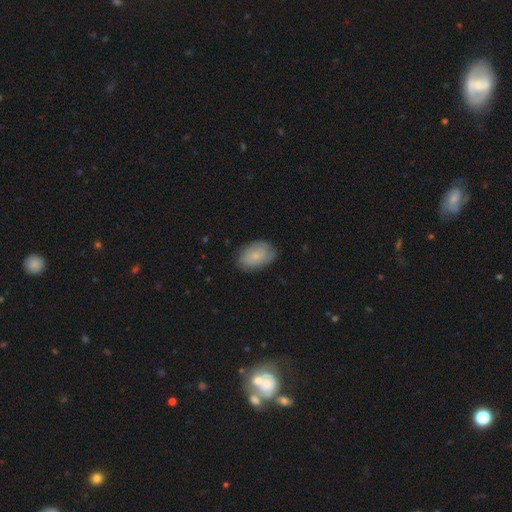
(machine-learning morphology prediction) This is likely a smooth galaxy (64%). How rounded: clearly in between (87%). Merging: likely none (79%).